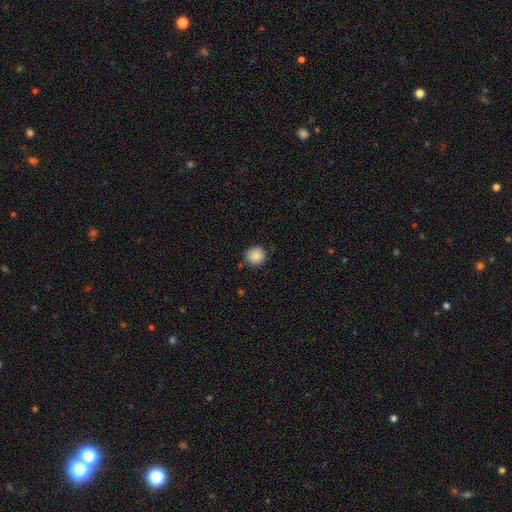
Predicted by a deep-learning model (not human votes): Smooth or featured? smooth (88%)
How rounded? round (94%)
Merging? none (89%)